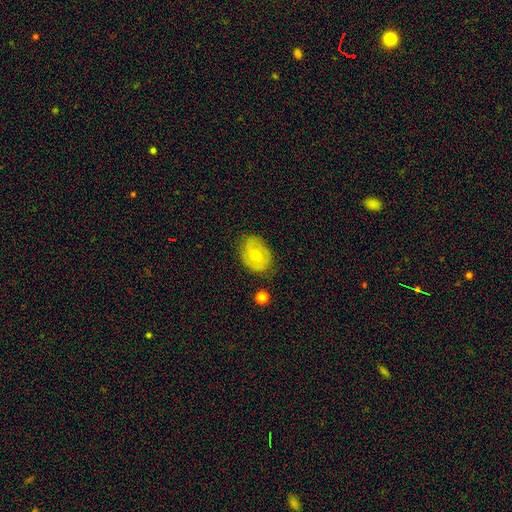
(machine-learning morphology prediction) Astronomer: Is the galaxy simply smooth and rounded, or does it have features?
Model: smooth — 50% (runner-up: featured or disk, 43%).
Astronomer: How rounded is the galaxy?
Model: in between — 66%.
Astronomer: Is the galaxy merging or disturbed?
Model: none — 75%.